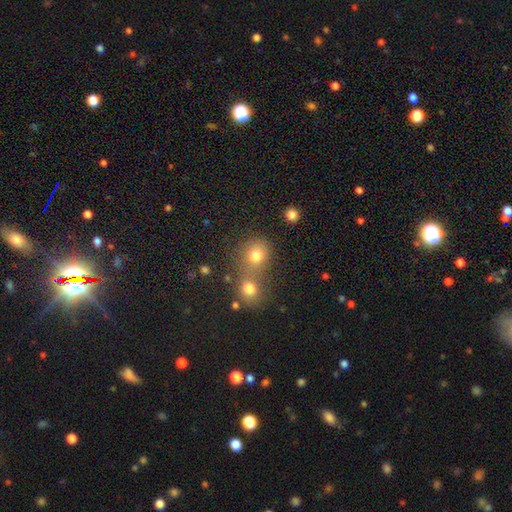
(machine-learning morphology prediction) smooth_or_featured: smooth (p=0.76) [alt: star or artifact p=0.16]
how_rounded: round (p=0.79) [alt: in between p=0.20]
merging: merger (p=0.45) [alt: none p=0.44]